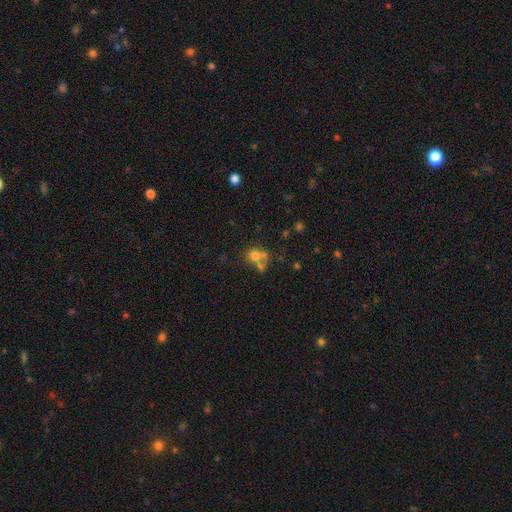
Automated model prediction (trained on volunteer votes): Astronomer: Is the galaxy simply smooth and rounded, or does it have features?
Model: smooth — 66%.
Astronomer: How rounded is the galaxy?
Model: round — 73%.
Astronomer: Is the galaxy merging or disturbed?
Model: merger — 48% (runner-up: none, 36%).